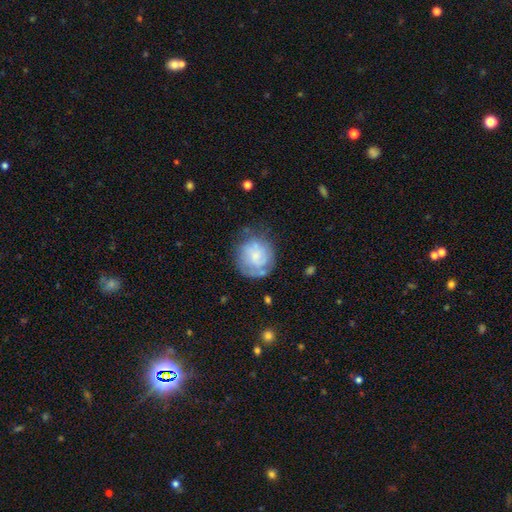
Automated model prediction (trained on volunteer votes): This appears to be a featured or disk galaxy (46%, tied with smooth). Merging: none (58%).